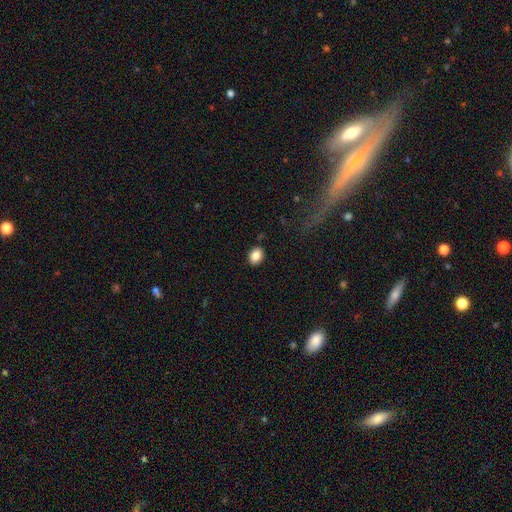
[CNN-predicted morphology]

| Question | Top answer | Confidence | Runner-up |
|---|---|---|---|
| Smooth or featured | smooth | 86% | star or artifact (9%) |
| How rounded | in between | 60% | round (39%) |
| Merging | none | 88% | minor disturbance (9%) |